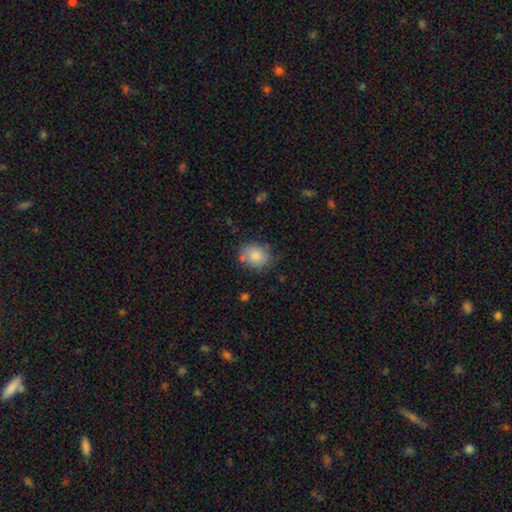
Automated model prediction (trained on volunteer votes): The model was most divided on "how rounded": round: 62%, in between: 38%, cigar-shaped: 1%. More confident: smooth or featured — smooth (83%); merging — none (75%).